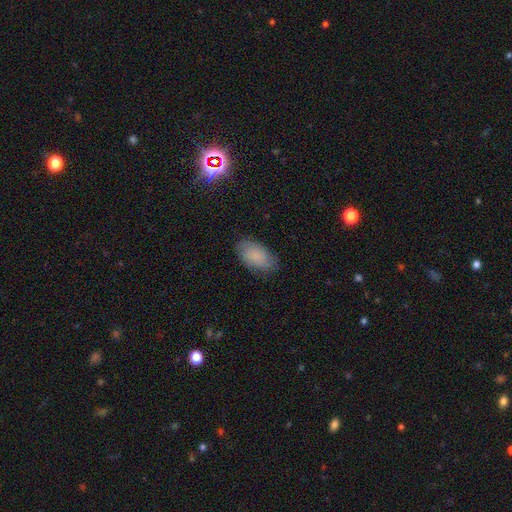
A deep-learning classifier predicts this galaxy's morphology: The model was most divided on "smooth or featured": smooth: 79%, featured or disk: 12%, star or artifact: 9%. More confident: how rounded — in between (94%); merging — none (81%).